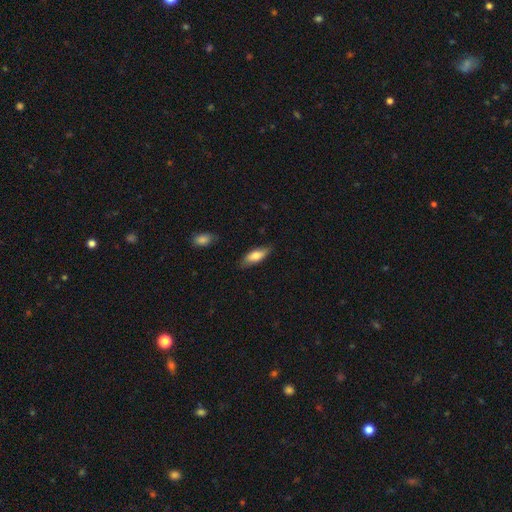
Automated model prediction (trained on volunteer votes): Q: Smooth or featured?
A: smooth (74%); runner-up: featured or disk (19%)
Q: How rounded?
A: in between (69%); runner-up: cigar-shaped (29%)
Q: Merging?
A: none (80%); runner-up: minor disturbance (16%)